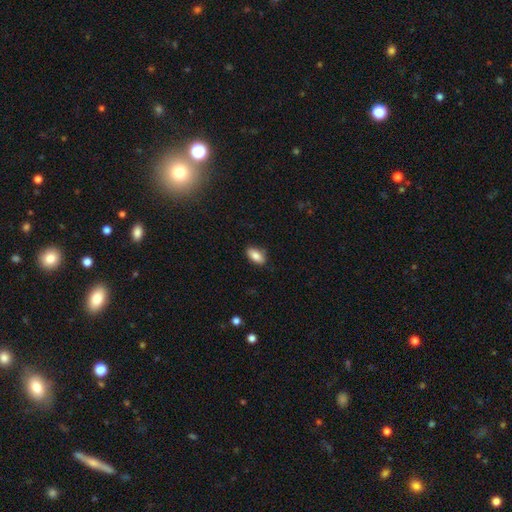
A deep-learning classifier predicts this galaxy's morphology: Smooth or featured?
  - smooth: 84% *
  - featured or disk: 9%
  - star or artifact: 7%
How rounded?
  - in between: 91% *
  - cigar-shaped: 5%
  - round: 4%
Merging?
  - none: 85% *
  - minor disturbance: 12%
  - major disturbance: 2%
  - merger: 1%